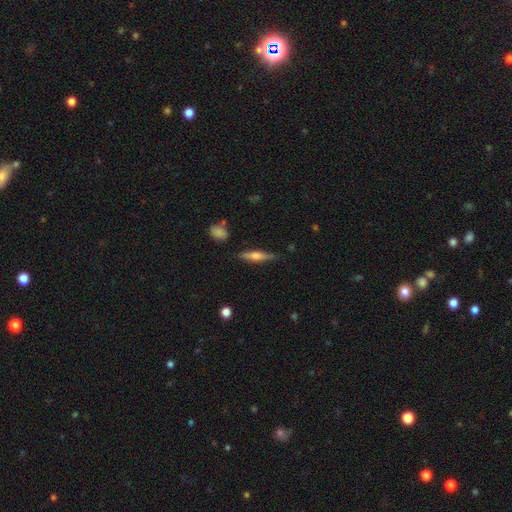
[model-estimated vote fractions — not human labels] featured or disk 55%, smooth 38%, star or artifact 7%. Down the decision tree: edge-on disk — yes (95%); edge-on bulge — rounded (81%); merging — none (83%).